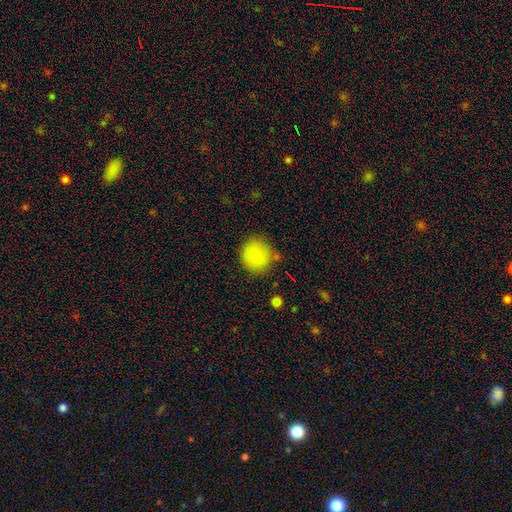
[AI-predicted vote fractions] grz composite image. It shows a smooth galaxy with no disk features (85%) that is round (87%). Merging: none (70%).